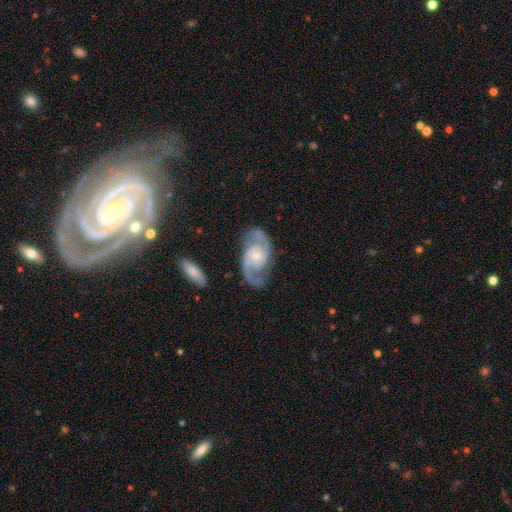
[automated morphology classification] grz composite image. It shows a featured or disk galaxy (90%) with no bar (58%), 2 (92%) medium (59%) spiral arms (98%) and a small central bulge (63%). Merging: none (78%).